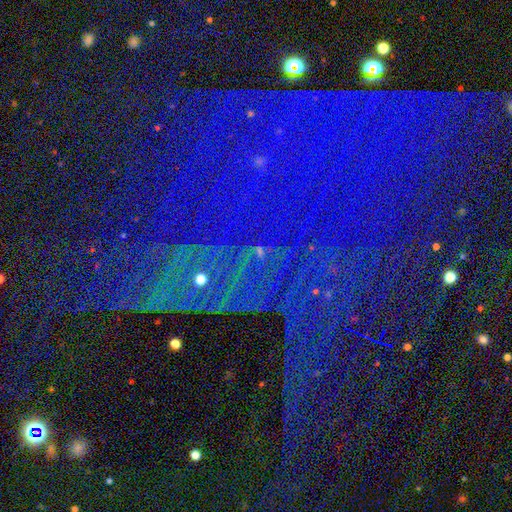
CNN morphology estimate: Smooth or featured? Predicted: star or artifact (p=0.81).